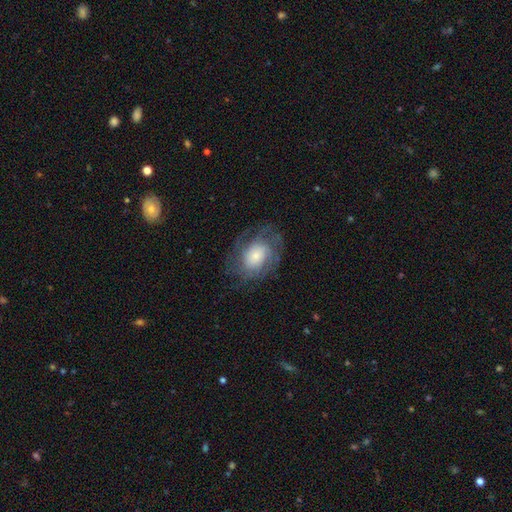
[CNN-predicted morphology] featured or disk 62%, smooth 30%, star or artifact 8%. Down the decision tree: edge-on disk — no (96%); bar — no (78%); spiral arms — yes (85%); spiral arm count — can't tell (44%); spiral winding — tight (50%); bulge size — small (37%); merging — none (67%).